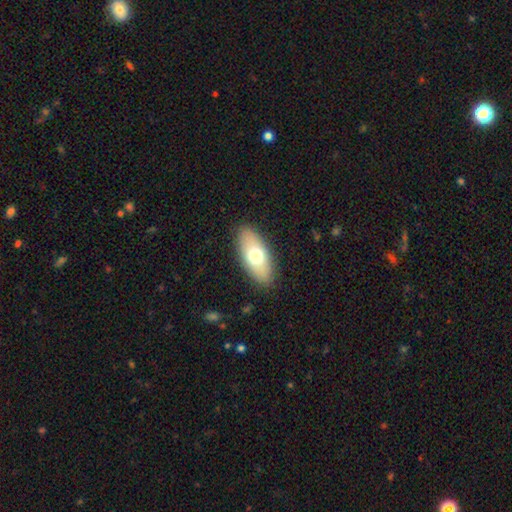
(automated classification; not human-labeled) This is likely a smooth galaxy (68%). How rounded: clearly in between (86%). Merging: clearly none (88%).